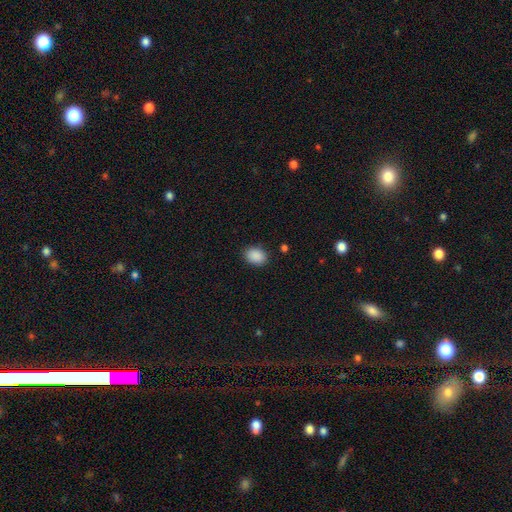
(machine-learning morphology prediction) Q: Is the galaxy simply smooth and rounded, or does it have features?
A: smooth — 89%.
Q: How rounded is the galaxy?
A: in between — 70%.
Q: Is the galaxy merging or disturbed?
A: none — 86%.